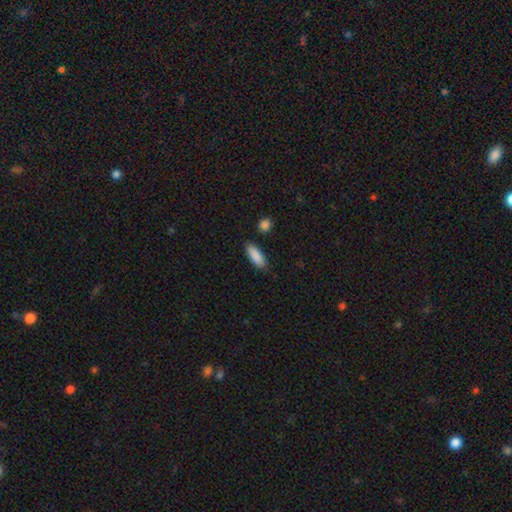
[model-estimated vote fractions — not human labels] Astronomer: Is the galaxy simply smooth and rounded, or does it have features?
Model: smooth — 89%.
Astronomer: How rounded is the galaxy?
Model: in between — 70%.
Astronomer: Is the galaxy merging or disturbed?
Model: none — 84%.